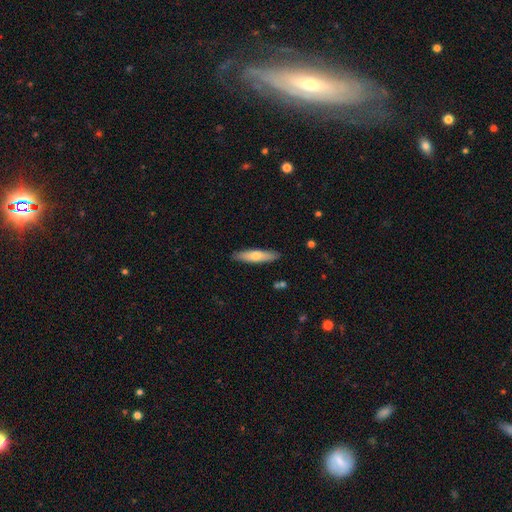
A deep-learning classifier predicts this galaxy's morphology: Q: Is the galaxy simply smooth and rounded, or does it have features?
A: smooth — 63%.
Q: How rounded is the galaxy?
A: cigar-shaped — 76%.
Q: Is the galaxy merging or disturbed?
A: none — 89%.